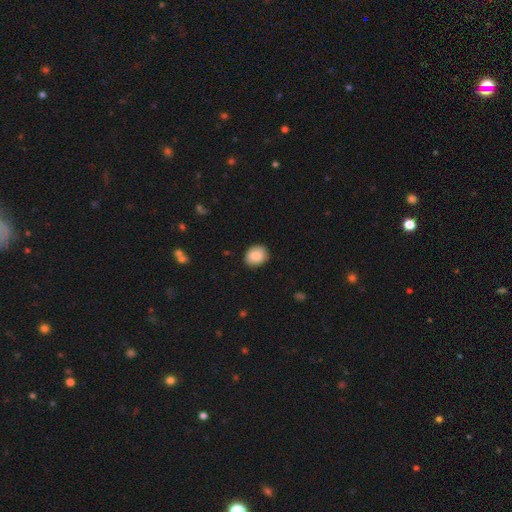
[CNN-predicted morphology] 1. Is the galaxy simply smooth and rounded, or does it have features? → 86% smooth, 7% star or artifact, 6% featured or disk.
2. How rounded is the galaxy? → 62% round, 38% in between, 1% cigar-shaped.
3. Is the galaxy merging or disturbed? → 86% none, 11% minor disturbance, 2% major disturbance, 1% merger.